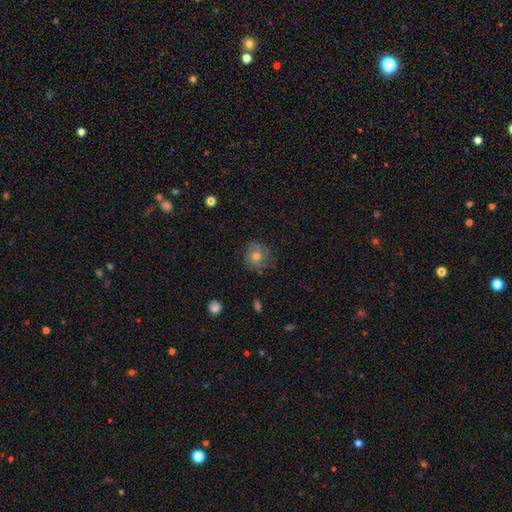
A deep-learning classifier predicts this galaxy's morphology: A smooth galaxy with no disk features (48%). Merging: none (80%).